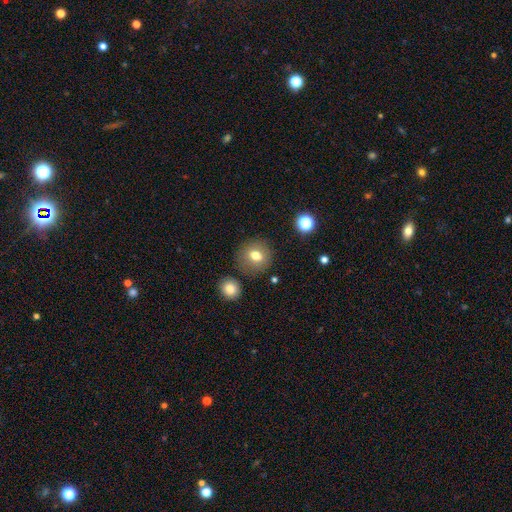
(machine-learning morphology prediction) A smooth galaxy with no disk features (76%) that is round (86%). Merging: none (84%).